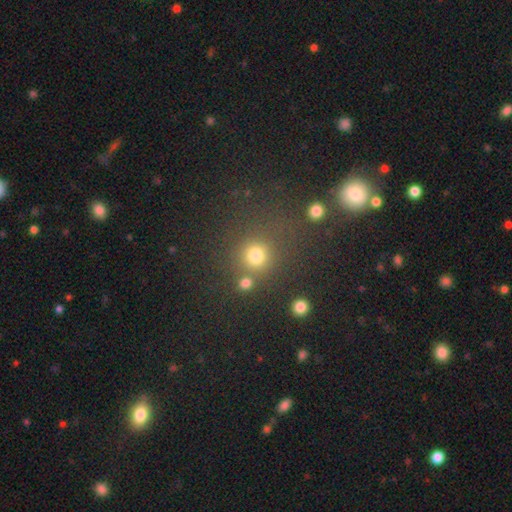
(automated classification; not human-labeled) Overall: smooth (75%). How rounded: round (89%). Merging: none (67%).